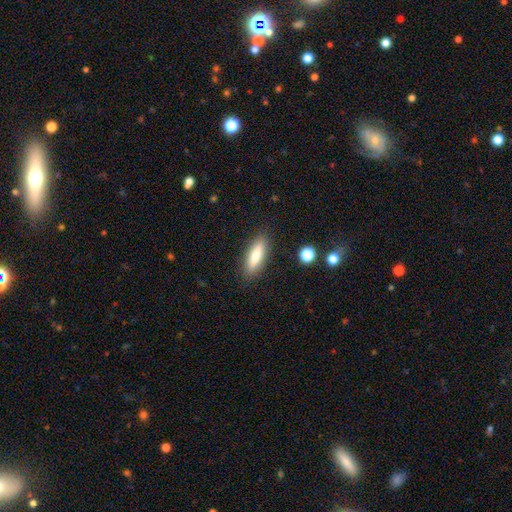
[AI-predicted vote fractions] This is likely a smooth galaxy (77%). How rounded: possibly cigar-shaped (54%). Merging: clearly none (87%).